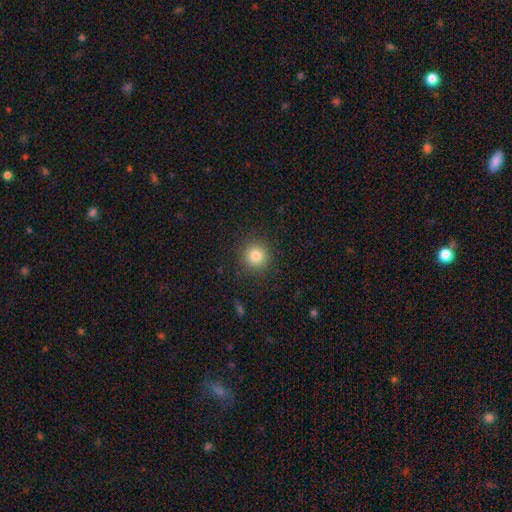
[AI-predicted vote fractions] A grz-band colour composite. It shows a smooth galaxy with no disk features (83%) that is round (93%). Merging: none (90%).